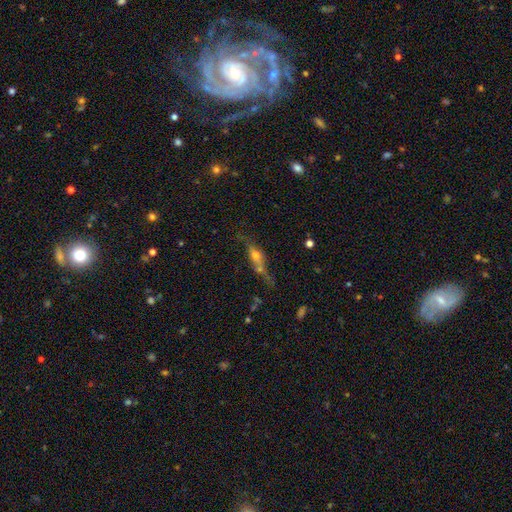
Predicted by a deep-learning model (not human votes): A featured or disk galaxy (51%) viewed edge-on (62%).

Vote fractions:
- Smooth or featured? featured or disk: 51% / smooth: 37% / star or artifact: 13%
- Edge-on disk? yes: 62% / no: 38%
- Merging? none: 38% / merger: 24% / minor disturbance: 20% / major disturbance: 18%